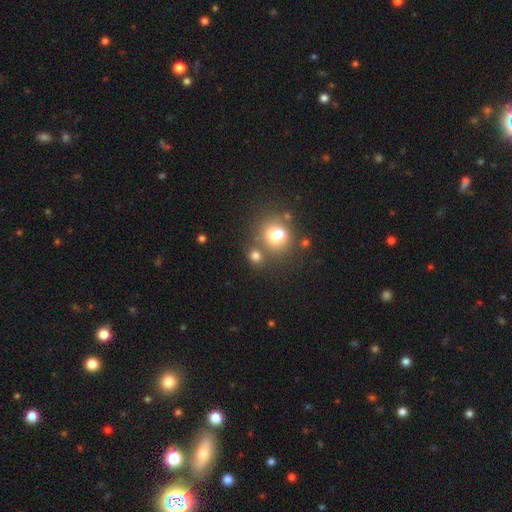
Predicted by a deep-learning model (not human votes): Overall: smooth (71%). How rounded: round (72%). Merging: none (55%; merger 31%).